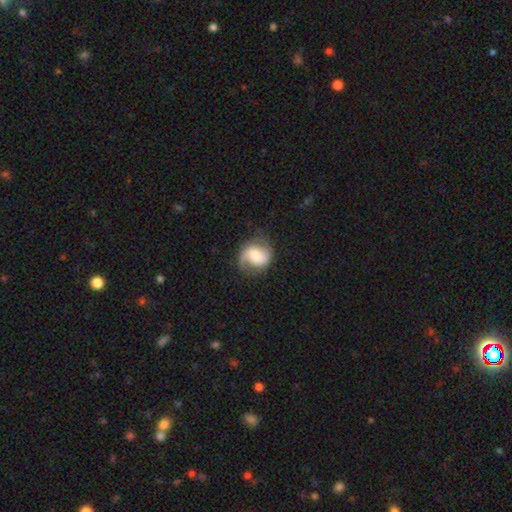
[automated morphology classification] Q: Smooth or featured?
A: featured or disk (65%); runner-up: smooth (28%)
Q: Edge-on disk?
A: no (97%); runner-up: yes (3%)
Q: Bar?
A: no (53%); runner-up: weak (36%)
Q: Spiral arms?
A: yes (92%); runner-up: no (8%)
Q: Spiral winding?
A: medium (41%); runner-up: loose (40%)
Q: Spiral arm count?
A: 2 (65%); runner-up: 1 (28%)
Q: Bulge size?
A: moderate (54%); runner-up: small (27%)
Q: Merging?
A: none (65%); runner-up: minor disturbance (21%)